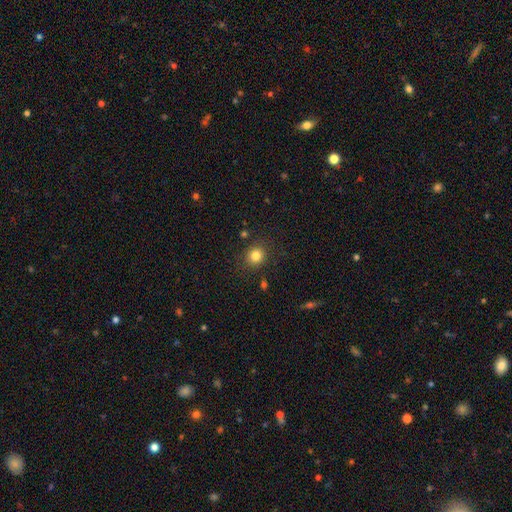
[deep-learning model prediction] Smooth or featured? Predicted: smooth (p=0.82). How rounded? Predicted: round (p=0.82). Merging? Predicted: none (p=0.86).